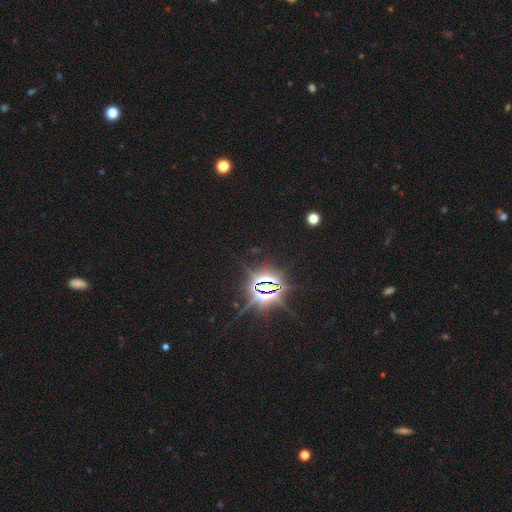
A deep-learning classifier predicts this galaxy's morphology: A star or artifact, not a galaxy (84%).